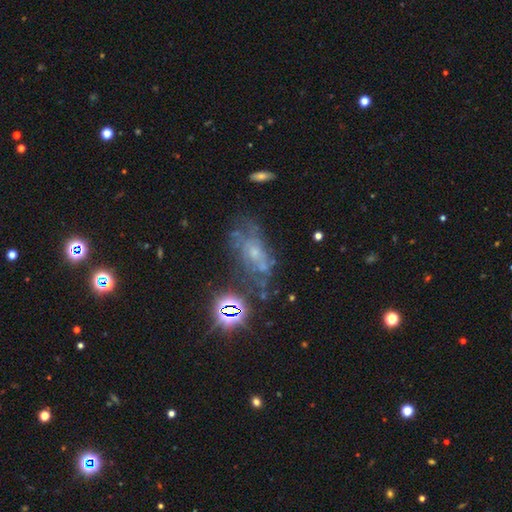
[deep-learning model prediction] The model was most divided on "smooth or featured": featured or disk: 48%, star or artifact: 29%, smooth: 23%. More confident: merging — none (51%).